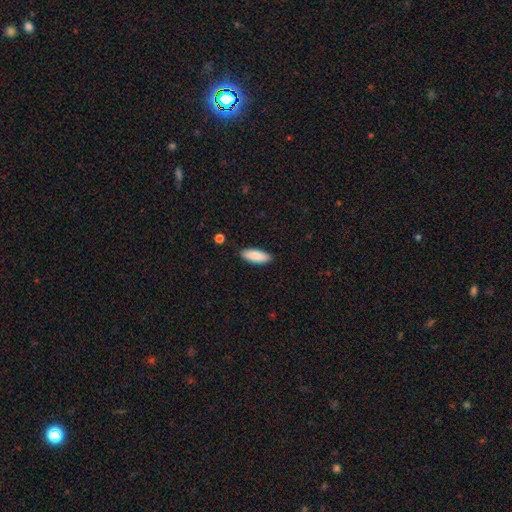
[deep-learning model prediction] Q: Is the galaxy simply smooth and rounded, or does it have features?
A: smooth — 87%.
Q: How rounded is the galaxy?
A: in between — 70%.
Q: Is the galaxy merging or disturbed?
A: none — 88%.